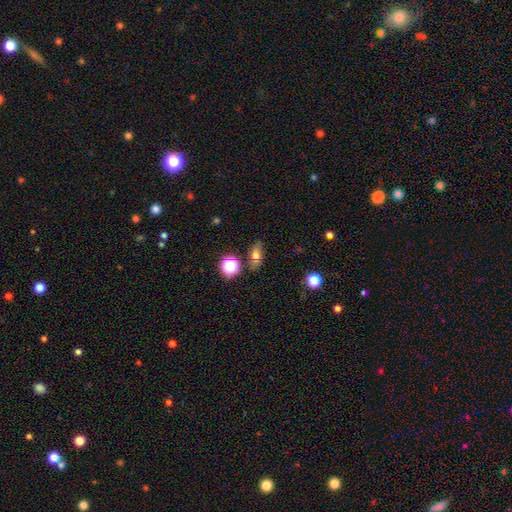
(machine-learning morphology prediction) Smooth or featured? Predicted: smooth (p=0.66). How rounded? Predicted: in between (p=0.71). Merging? Predicted: none (p=0.79).